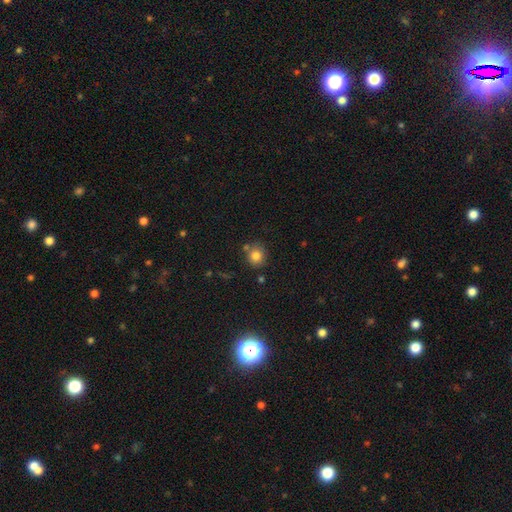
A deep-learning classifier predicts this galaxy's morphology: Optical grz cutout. It shows a smooth galaxy with no disk features (81%) that is round (84%). Merging: none (76%).